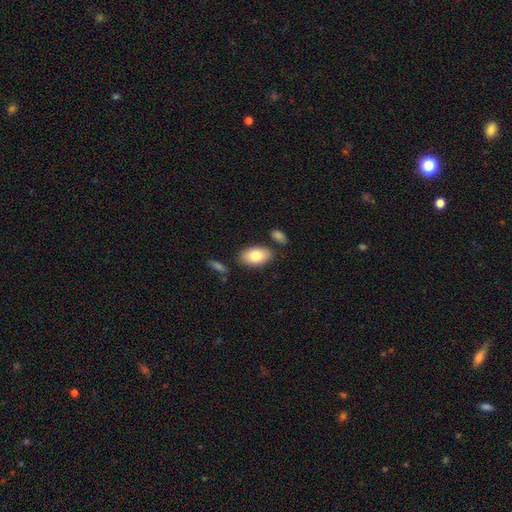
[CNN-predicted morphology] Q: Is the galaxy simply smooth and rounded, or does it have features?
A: smooth — 81%.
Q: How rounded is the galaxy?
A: in between — 94%.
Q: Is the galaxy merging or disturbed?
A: none — 79%.